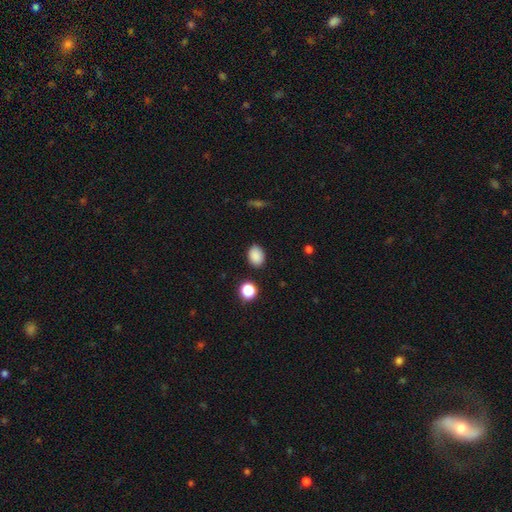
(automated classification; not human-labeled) smooth 87%, star or artifact 10%, featured or disk 4%. Down the decision tree: how rounded — in between (67%); merging — none (86%).